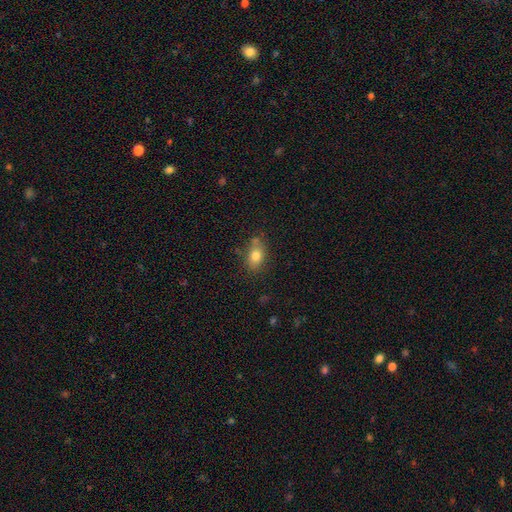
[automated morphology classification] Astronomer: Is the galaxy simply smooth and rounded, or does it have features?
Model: smooth — 79%.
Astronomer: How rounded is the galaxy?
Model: in between — 78%.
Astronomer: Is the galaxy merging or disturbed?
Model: none — 71%.